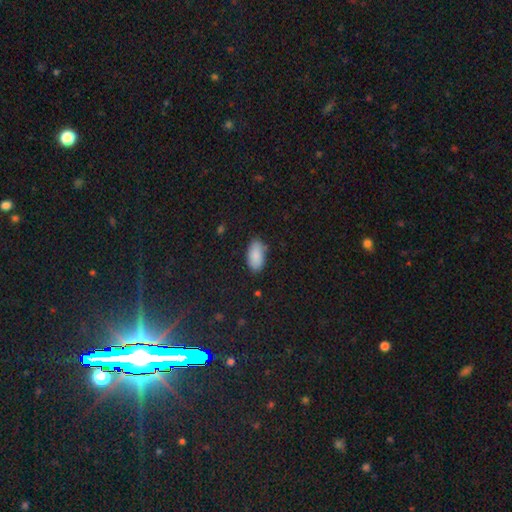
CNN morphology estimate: This appears to be a smooth galaxy with no disk features (87%) that is in between round and cigar-shaped (94%). Merging: none (82%).